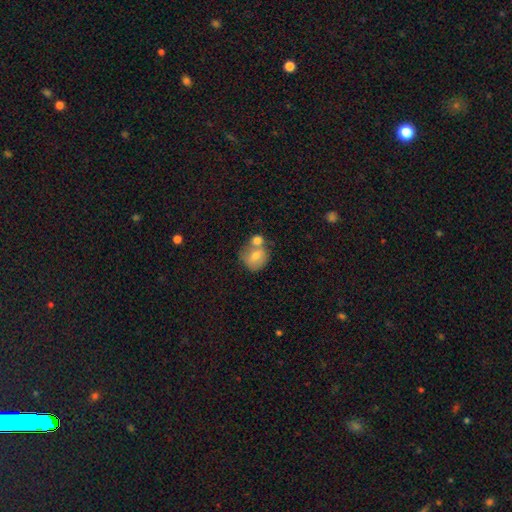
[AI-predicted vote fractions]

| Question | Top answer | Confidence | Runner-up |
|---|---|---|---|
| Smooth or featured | smooth | 69% | featured or disk (21%) |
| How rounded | round | 76% | in between (23%) |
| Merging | merger | 45% | none (39%) |